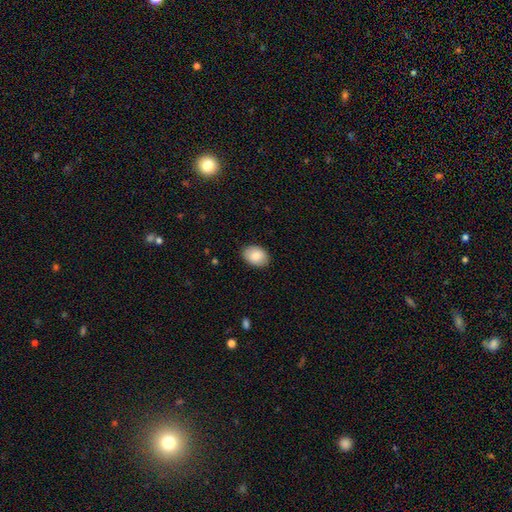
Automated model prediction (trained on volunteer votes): Smooth or featured? smooth (85%)
How rounded? in between (77%)
Merging? none (87%)